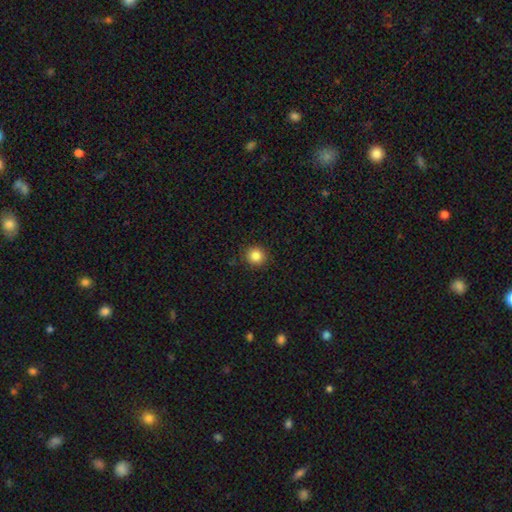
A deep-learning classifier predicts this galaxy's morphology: Smooth or featured? Predicted: smooth (p=0.85). How rounded? Predicted: round (p=0.92). Merging? Predicted: none (p=0.90).